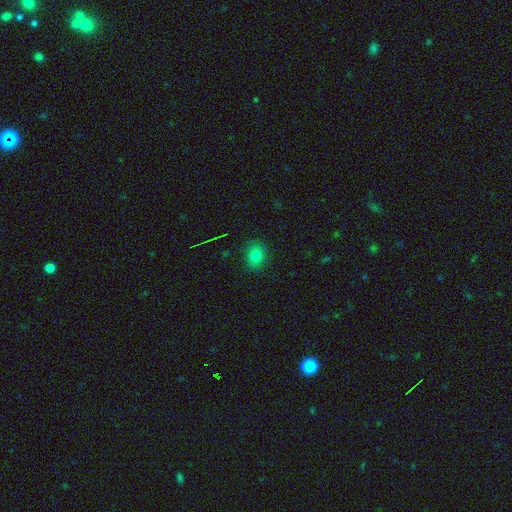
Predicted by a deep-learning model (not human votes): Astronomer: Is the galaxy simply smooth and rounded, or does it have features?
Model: smooth — 77%.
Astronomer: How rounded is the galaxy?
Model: round — 52% (runner-up: in between, 47%).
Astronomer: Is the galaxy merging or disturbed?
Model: none — 85%.